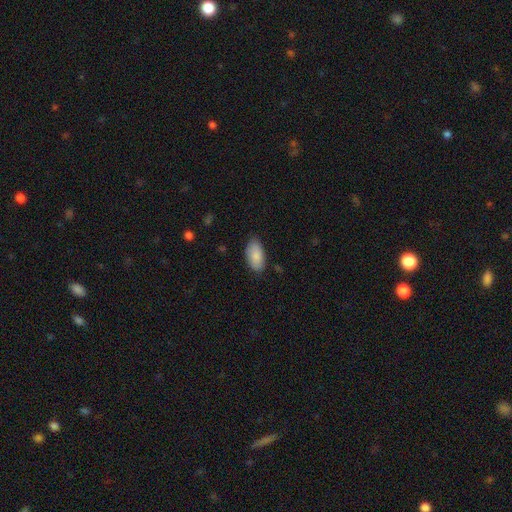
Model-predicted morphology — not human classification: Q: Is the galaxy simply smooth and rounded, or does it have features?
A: smooth — 87%.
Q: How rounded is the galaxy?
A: in between — 94%.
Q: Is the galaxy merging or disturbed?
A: none — 81%.